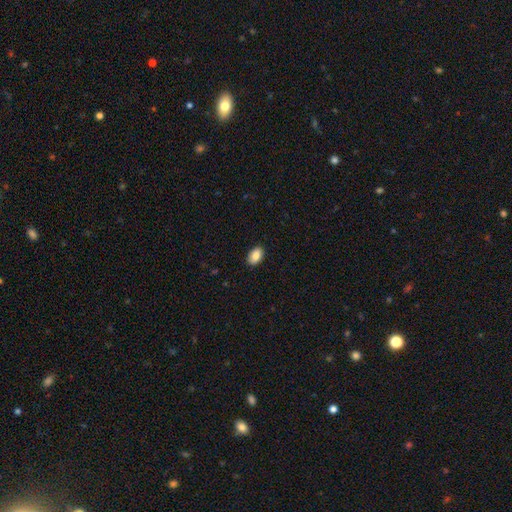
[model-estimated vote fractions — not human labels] Smooth or featured? smooth (86%)
How rounded? in between (90%)
Merging? none (89%)